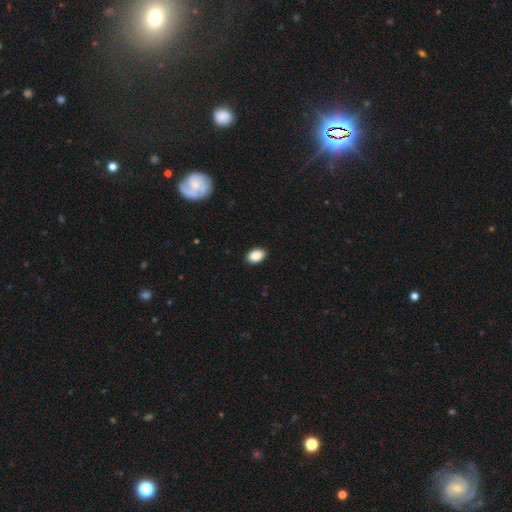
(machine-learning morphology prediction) smooth_or_featured: smooth (p=0.89) [alt: star or artifact p=0.07]
how_rounded: in between (p=0.88) [alt: round p=0.11]
merging: none (p=0.91) [alt: minor disturbance p=0.07]